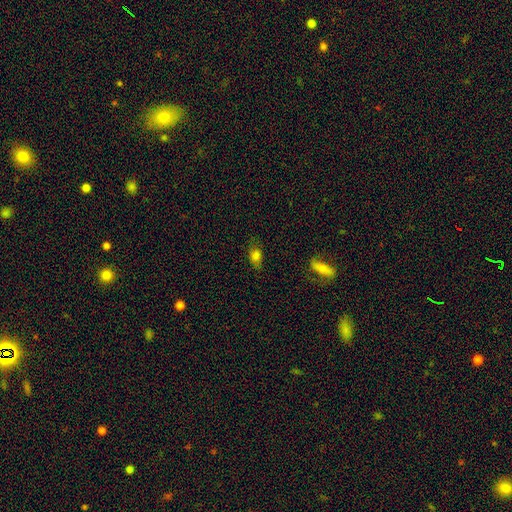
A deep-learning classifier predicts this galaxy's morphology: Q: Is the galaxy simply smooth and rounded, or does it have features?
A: smooth — 76%.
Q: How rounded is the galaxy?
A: in between — 79%.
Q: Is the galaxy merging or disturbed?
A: none — 74%.